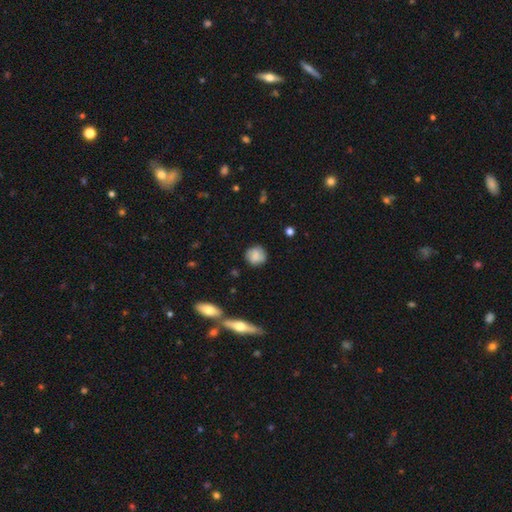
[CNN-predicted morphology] This is likely a smooth galaxy (71%). How rounded: clearly round (84%). Merging: likely none (79%).